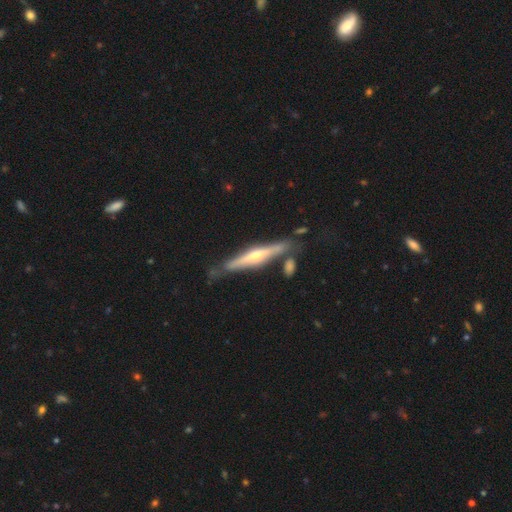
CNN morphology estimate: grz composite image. It shows a featured or disk galaxy (75%) viewed edge-on (95%) with a rounded central bulge (85%). Merging: none (72%).